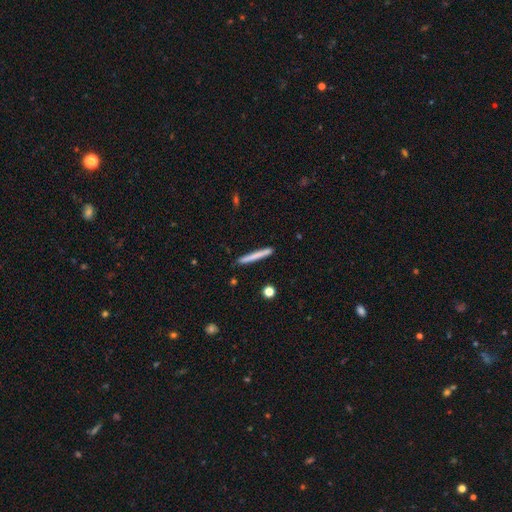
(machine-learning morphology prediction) Overall: smooth (71%). How rounded: cigar-shaped (97%). Merging: none (89%).